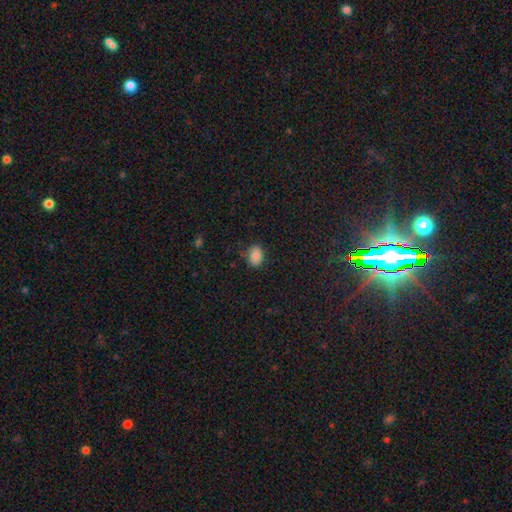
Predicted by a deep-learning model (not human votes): Smooth or featured?
  - smooth: 84% *
  - star or artifact: 10%
  - featured or disk: 6%
How rounded?
  - in between: 77% *
  - round: 22%
  - cigar-shaped: 1%
Merging?
  - none: 77% *
  - minor disturbance: 17%
  - major disturbance: 4%
  - merger: 2%